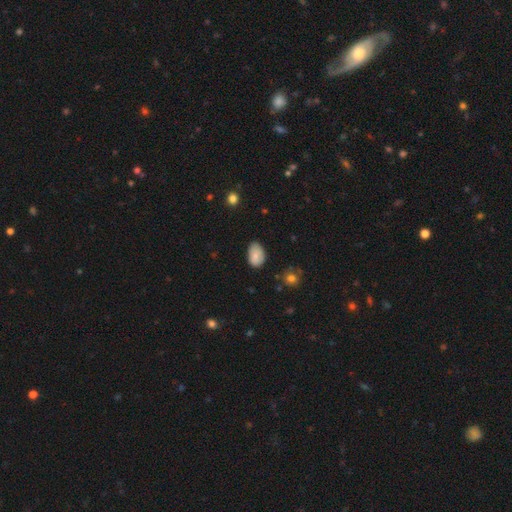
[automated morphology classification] Overall: smooth (78%). How rounded: in between (88%). Merging: none (65%; minor disturbance 28%).